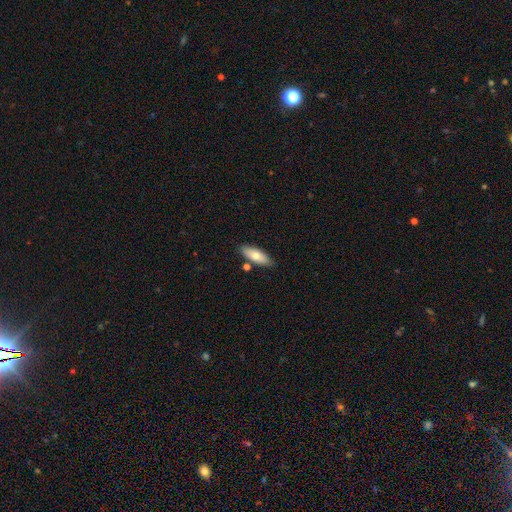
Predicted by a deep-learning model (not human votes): A smooth galaxy with no disk features (72%) that is in between round and cigar-shaped (67%). Merging: none (81%).